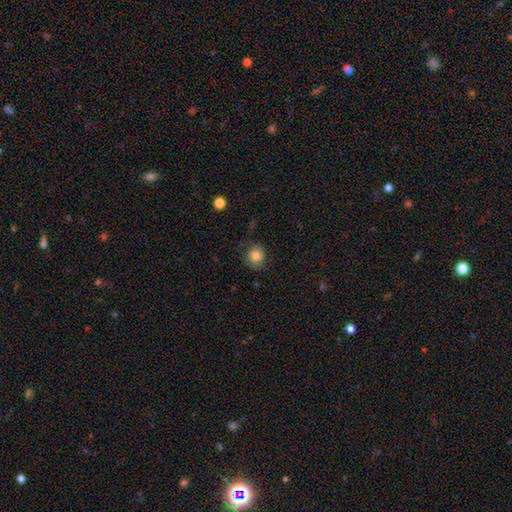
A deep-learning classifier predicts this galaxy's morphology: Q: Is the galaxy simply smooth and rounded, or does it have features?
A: smooth — 65%.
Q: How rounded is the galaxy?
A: round — 84%.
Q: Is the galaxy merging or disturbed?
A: none — 69%.